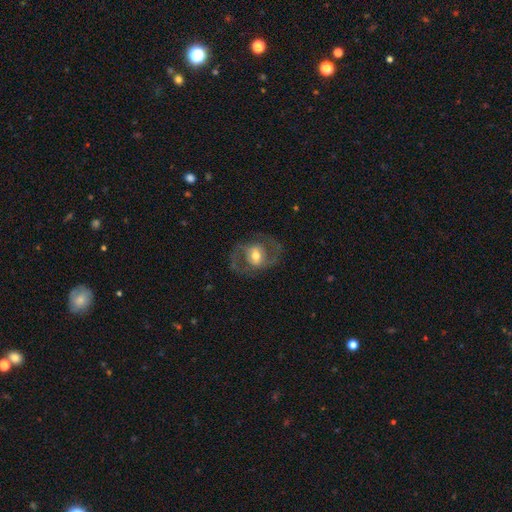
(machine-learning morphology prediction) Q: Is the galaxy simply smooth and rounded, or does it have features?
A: featured or disk — 72%.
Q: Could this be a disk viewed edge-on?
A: no — 96%.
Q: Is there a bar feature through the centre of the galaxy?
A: no — 43%.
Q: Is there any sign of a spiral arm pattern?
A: yes — 72%.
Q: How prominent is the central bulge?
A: moderate — 68%.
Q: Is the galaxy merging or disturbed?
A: none — 71%.